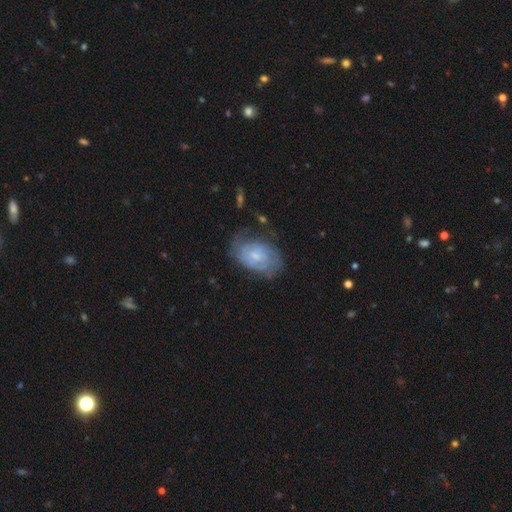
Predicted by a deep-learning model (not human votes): A featured or disk galaxy (67%) with no bar (55%), tight (59%) spiral arms (83%) and a small central bulge (59%).

Vote fractions:
- Smooth or featured? featured or disk: 67% / smooth: 26% / star or artifact: 7%
- Edge-on disk? no: 97% / yes: 3%
- Bar? no: 55% / weak: 39% / strong: 6%
- Spiral arms? yes: 83% / no: 17%
- Spiral winding? tight: 59% / medium: 31% / loose: 10%
- Spiral arm count? can't tell: 44% / 2: 37% / 3: 8% / 1: 5% / 4: 3% / more than 4: 3%
- Bulge size? small: 59% / moderate: 29% / none: 9% / large: 2% / dominant: 1%
- Merging? none: 58% / minor disturbance: 25% / major disturbance: 14% / merger: 2%